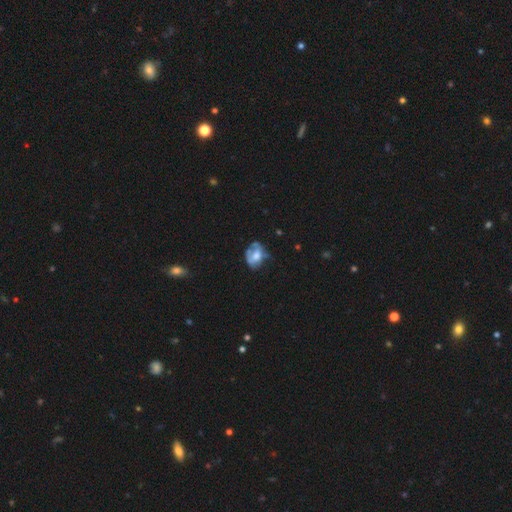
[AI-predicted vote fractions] This is possibly a smooth galaxy (46%). Merging: marginally none (37%).